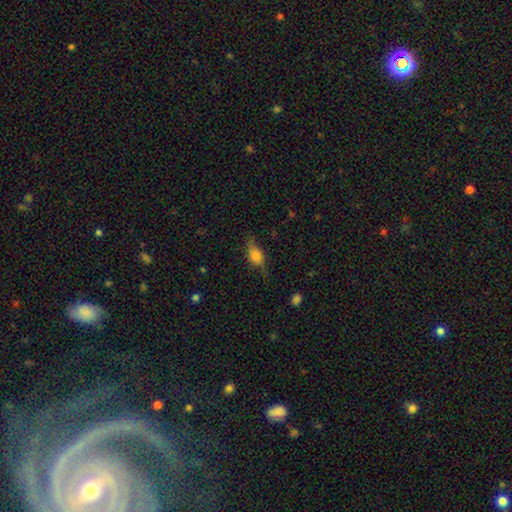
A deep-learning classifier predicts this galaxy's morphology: type=smooth (64%); roundness=in between (73%); merging=none (60%).